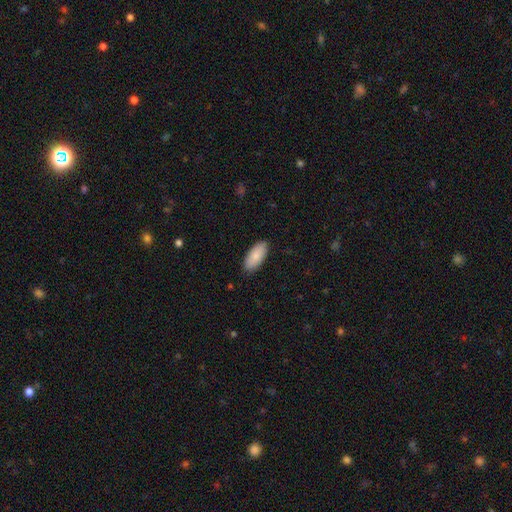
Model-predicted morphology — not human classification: smooth_or_featured: smooth (p=0.87) [alt: featured or disk p=0.07]
how_rounded: in between (p=0.90) [alt: cigar-shaped p=0.09]
merging: none (p=0.88) [alt: minor disturbance p=0.09]